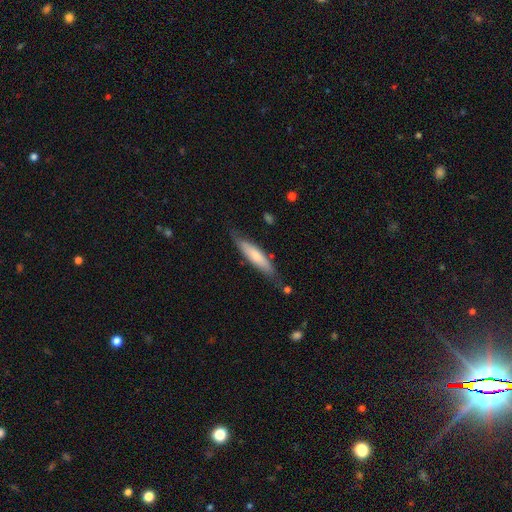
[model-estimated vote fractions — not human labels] This is likely a smooth galaxy (67%). How rounded: likely cigar-shaped (80%). Merging: likely none (73%).